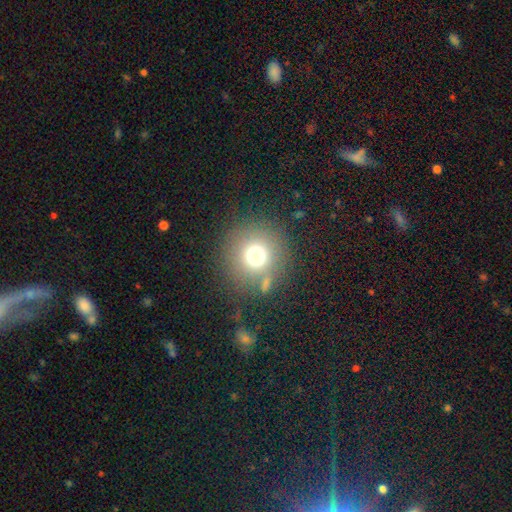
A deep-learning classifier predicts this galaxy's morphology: This is likely a smooth galaxy (72%). How rounded: clearly round (94%). Merging: likely none (78%).